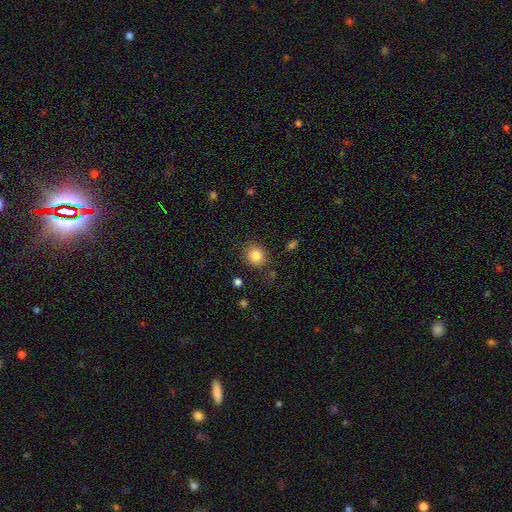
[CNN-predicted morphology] Q: Smooth or featured?
A: smooth (83%); runner-up: star or artifact (11%)
Q: How rounded?
A: round (79%); runner-up: in between (20%)
Q: Merging?
A: none (82%); runner-up: minor disturbance (11%)